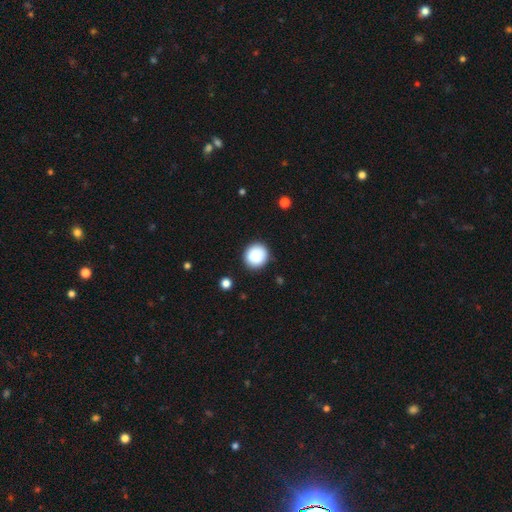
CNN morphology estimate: Smooth or featured? Predicted: smooth (p=0.88). How rounded? Predicted: round (p=0.91). Merging? Predicted: none (p=0.89).